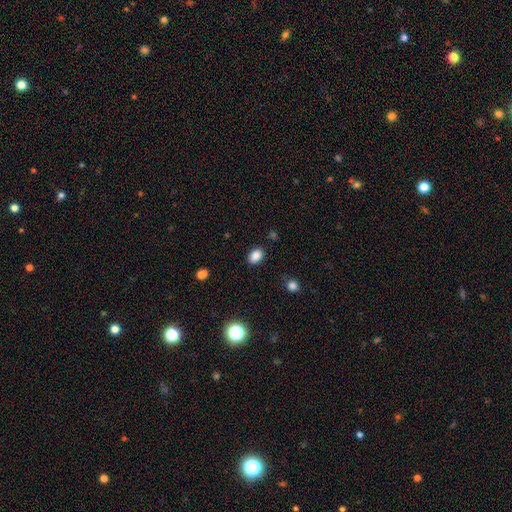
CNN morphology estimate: type=smooth (86%); roundness=in between (74%); merging=none (86%).